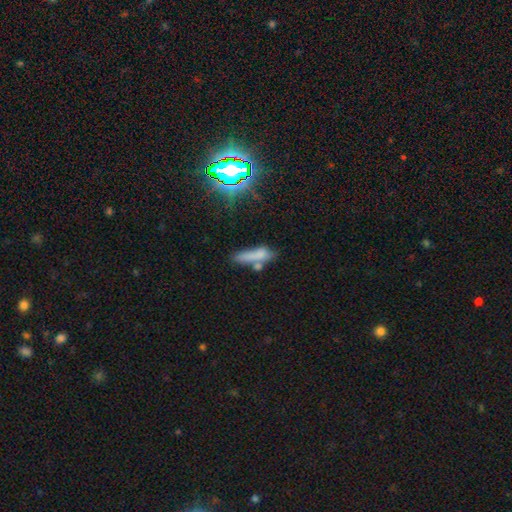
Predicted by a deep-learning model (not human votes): Smooth or featured?
  - smooth: 70% *
  - featured or disk: 17%
  - star or artifact: 13%
How rounded?
  - cigar-shaped: 69% *
  - in between: 28%
  - round: 4%
Merging?
  - none: 48% *
  - merger: 25%
  - minor disturbance: 19%
  - major disturbance: 9%